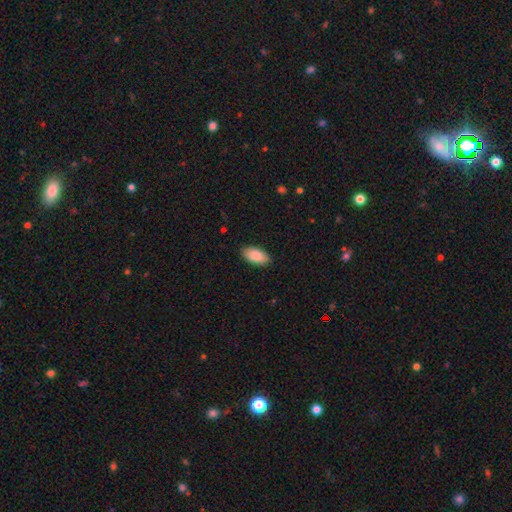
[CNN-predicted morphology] smooth_or_featured: smooth (p=0.88) [alt: featured or disk p=0.07]
how_rounded: in between (p=0.94) [alt: cigar-shaped p=0.04]
merging: none (p=0.89) [alt: minor disturbance p=0.08]